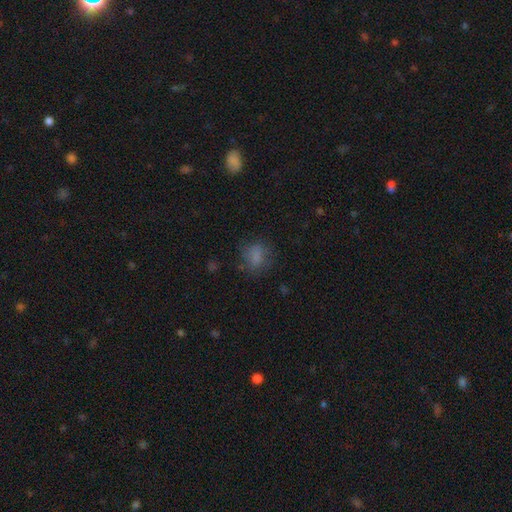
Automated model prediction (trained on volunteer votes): Smooth or featured?
  - smooth: 74% *
  - star or artifact: 13%
  - featured or disk: 12%
How rounded?
  - round: 51% *
  - in between: 47%
  - cigar-shaped: 2%
Merging?
  - none: 66% *
  - minor disturbance: 20%
  - major disturbance: 12%
  - merger: 2%